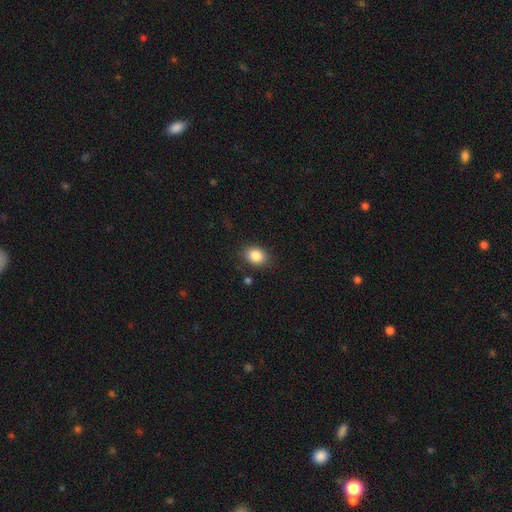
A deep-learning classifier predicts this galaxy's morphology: Q: Smooth or featured?
A: smooth (86%); runner-up: star or artifact (9%)
Q: How rounded?
A: in between (62%); runner-up: round (37%)
Q: Merging?
A: none (85%); runner-up: minor disturbance (10%)